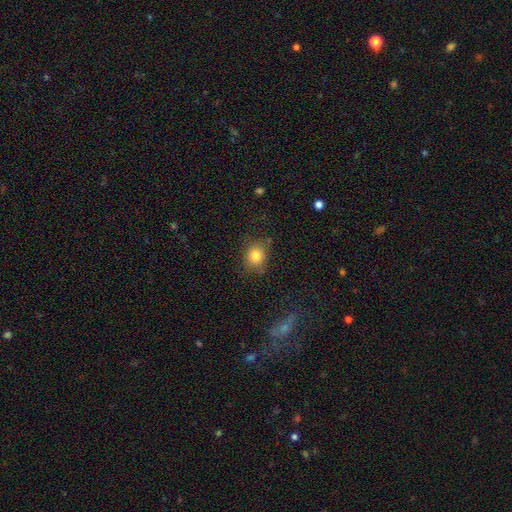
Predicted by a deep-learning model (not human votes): The model was most divided on "how rounded": round: 74%, in between: 25%, cigar-shaped: 1%. More confident: smooth or featured — smooth (81%); merging — none (79%).